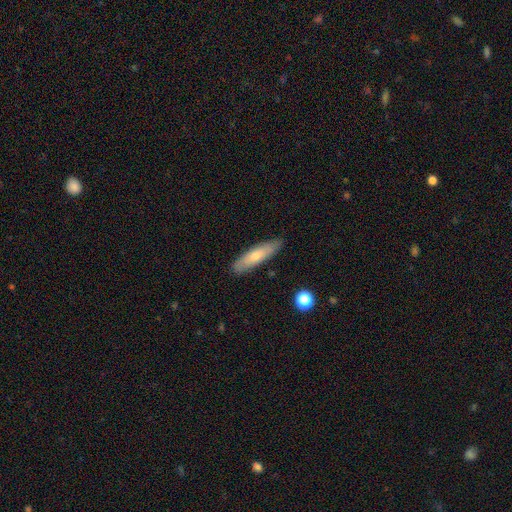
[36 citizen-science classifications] Smooth or featured? 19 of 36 (53%) said smooth. How rounded? 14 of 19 (74%) said cigar-shaped. Merging? 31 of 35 (89%) said none.